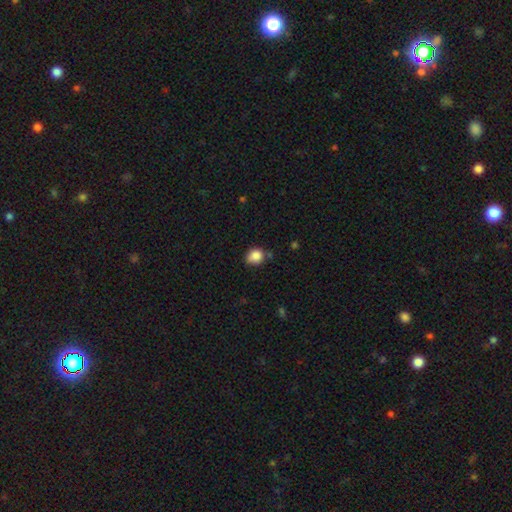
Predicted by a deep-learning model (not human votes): smooth 84%, star or artifact 10%, featured or disk 6%. Down the decision tree: how rounded — round (66%); merging — none (62%).